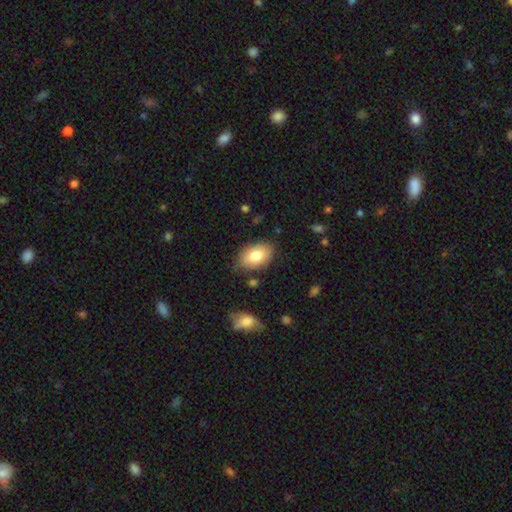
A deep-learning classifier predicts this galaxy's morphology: smooth-or-featured: smooth: 81% | featured or disk: 13% | star or artifact: 7%
  how-rounded: in between: 92% | round: 7% | cigar-shaped: 1%
  merging: none: 80% | minor disturbance: 15% | major disturbance: 3% | merger: 2%